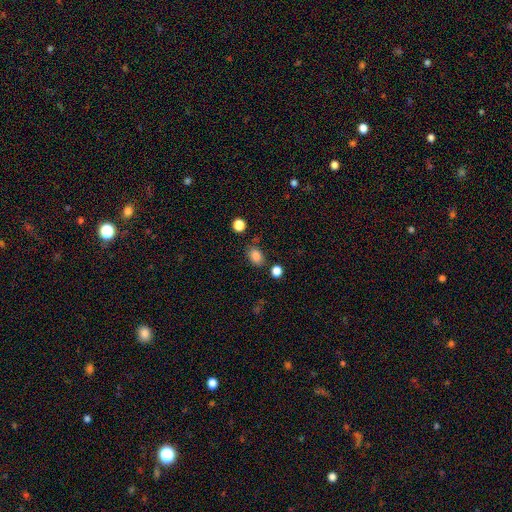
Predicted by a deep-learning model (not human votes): smooth_or_featured: smooth (p=0.85) [alt: star or artifact p=0.11]
how_rounded: in between (p=0.74) [alt: round p=0.24]
merging: none (p=0.73) [alt: minor disturbance p=0.16]